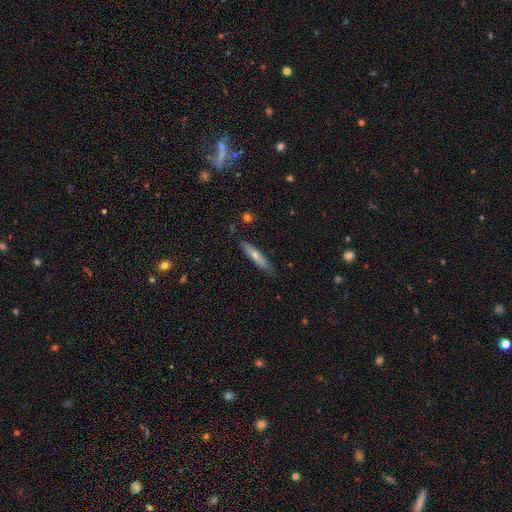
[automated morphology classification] Overall: smooth (61%; featured or disk 33%). How rounded: cigar-shaped (89%). Merging: none (80%).